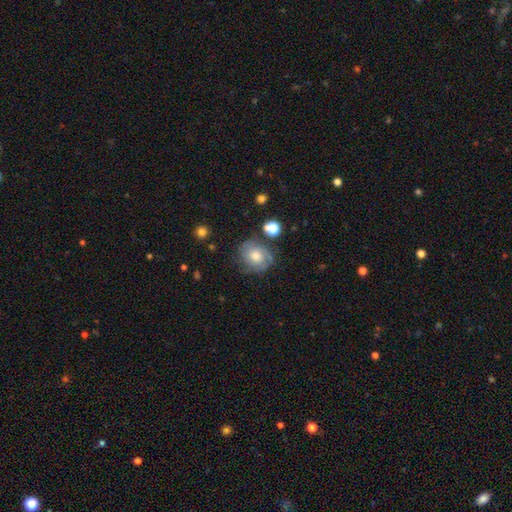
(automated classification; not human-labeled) The model was most divided on "spiral arm count": 2: 35%, can't tell: 32%, 3: 19%, 1: 6%, 4: 5%, more than 4: 4%. More confident: edge-on disk — no (97%); spiral arms — yes (87%); bar — no (78%); merging — none (70%); bulge size — moderate (66%); smooth or featured — featured or disk (60%); spiral winding — tight (58%).